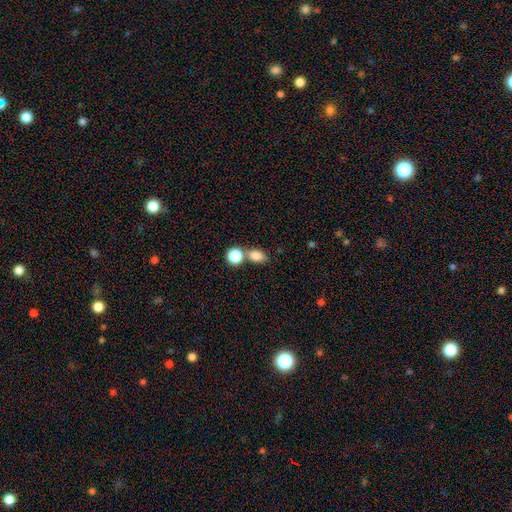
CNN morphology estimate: type=smooth (82%); roundness=in between (69%); merging=none (51%).